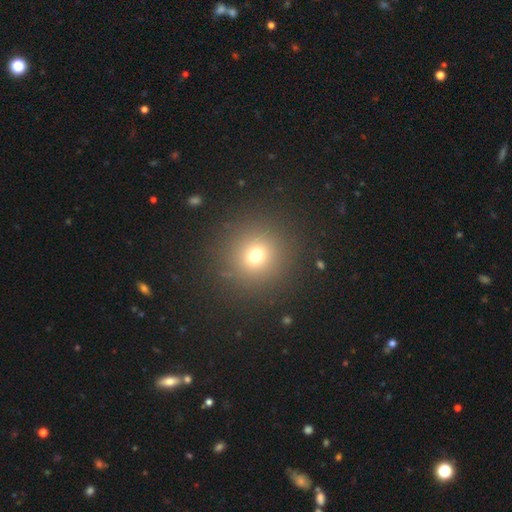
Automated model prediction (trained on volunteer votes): Smooth or featured? Predicted: smooth (p=0.70). How rounded? Predicted: round (p=0.94). Merging? Predicted: none (p=0.89).